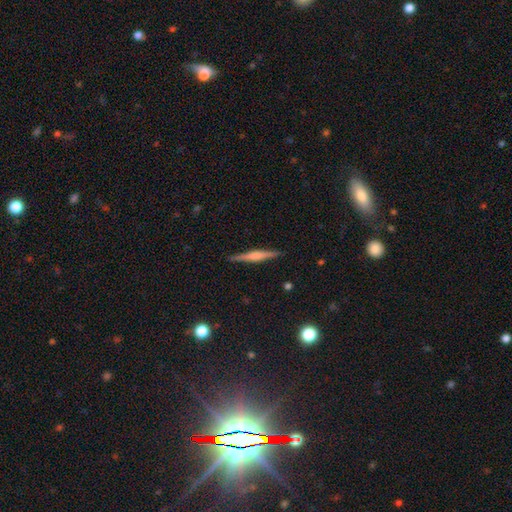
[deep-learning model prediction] Smooth or featured? Predicted: featured or disk (p=0.63). Edge-on disk? Predicted: yes (p=0.98). Edge-on bulge? Predicted: rounded (p=0.51). Merging? Predicted: none (p=0.91).